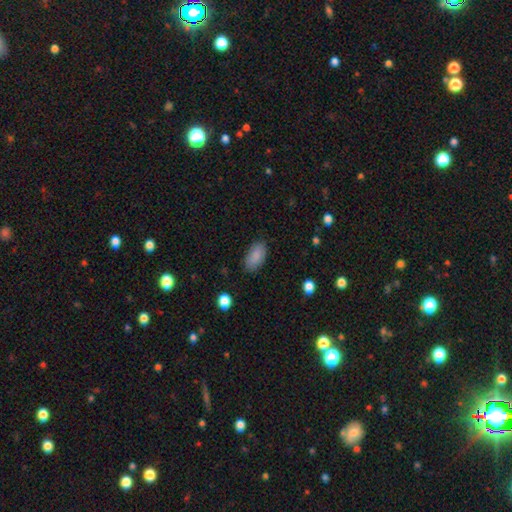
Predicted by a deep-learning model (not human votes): This is clearly a smooth galaxy (87%). How rounded: clearly in between (93%). Merging: clearly none (82%).